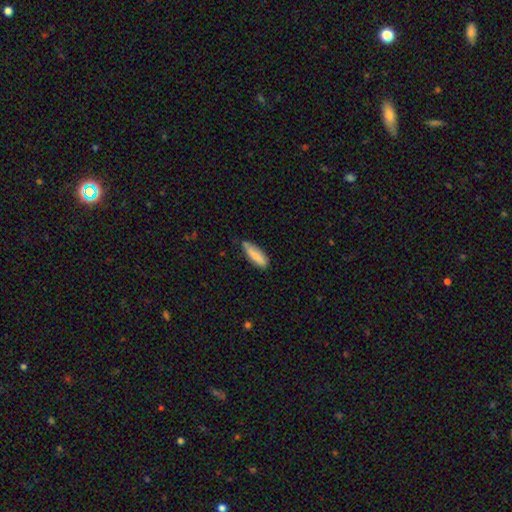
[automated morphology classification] Smooth or featured? Predicted: smooth (p=0.78). How rounded? Predicted: in between (p=0.60). Merging? Predicted: none (p=0.57).